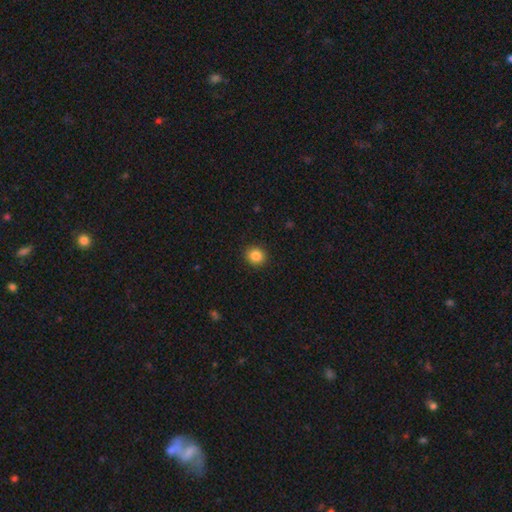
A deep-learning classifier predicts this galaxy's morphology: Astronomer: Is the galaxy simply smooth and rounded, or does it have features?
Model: smooth — 86%.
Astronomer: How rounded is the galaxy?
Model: round — 84%.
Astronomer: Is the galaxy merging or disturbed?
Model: none — 91%.